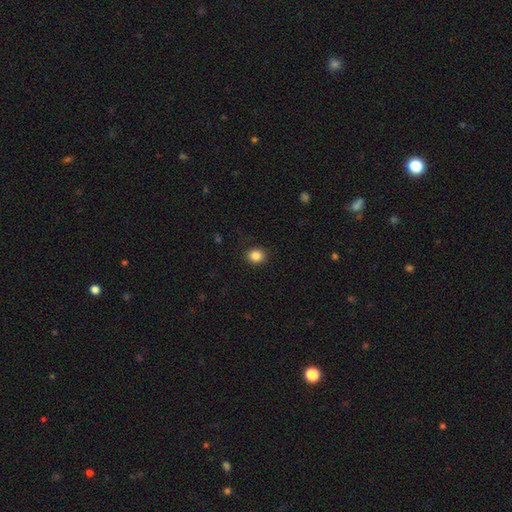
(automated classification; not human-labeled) smooth_or_featured: smooth (p=0.86) [alt: star or artifact p=0.10]
how_rounded: round (p=0.69) [alt: in between p=0.30]
merging: none (p=0.90) [alt: minor disturbance p=0.07]